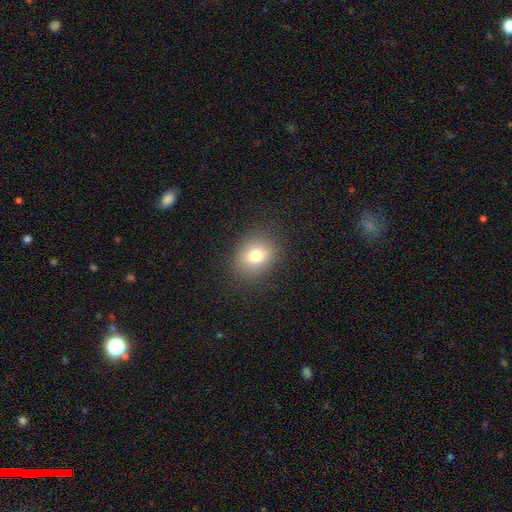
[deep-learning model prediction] smooth-or-featured: smooth: 76% | star or artifact: 13% | featured or disk: 11%
  how-rounded: round: 61% | in between: 38% | cigar-shaped: 1%
  merging: none: 87% | minor disturbance: 9% | major disturbance: 4% | merger: 1%